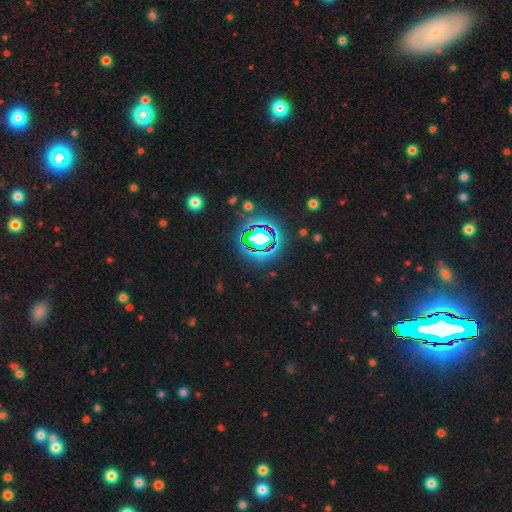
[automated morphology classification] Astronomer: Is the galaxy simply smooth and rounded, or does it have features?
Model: star or artifact — 82%.